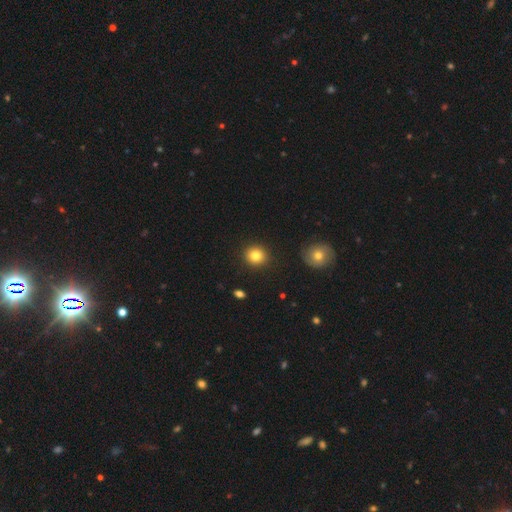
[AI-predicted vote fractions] smooth_or_featured: smooth (p=0.83) [alt: star or artifact p=0.11]
how_rounded: round (p=0.89) [alt: in between p=0.10]
merging: none (p=0.91) [alt: minor disturbance p=0.06]